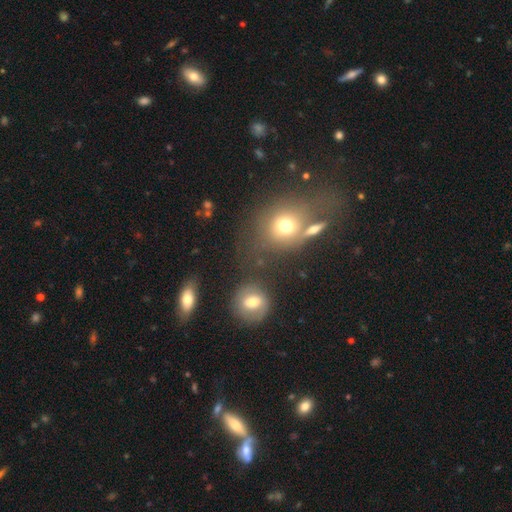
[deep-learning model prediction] The model was most divided on "how rounded": round: 62%, in between: 35%, cigar-shaped: 2%. More confident: smooth or featured — smooth (57%); merging — none (57%).